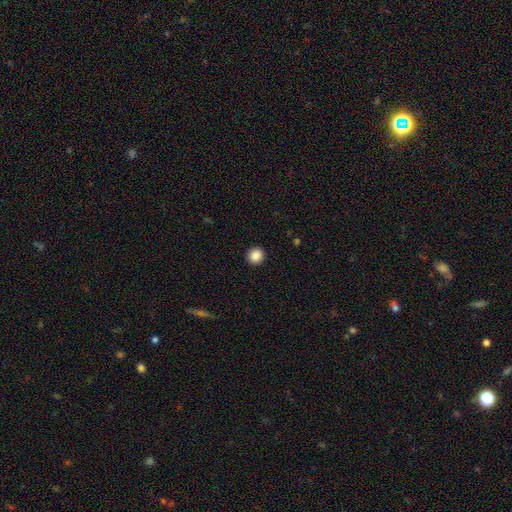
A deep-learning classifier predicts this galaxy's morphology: Smooth or featured? Predicted: smooth (p=0.87). How rounded? Predicted: round (p=0.93). Merging? Predicted: none (p=0.93).